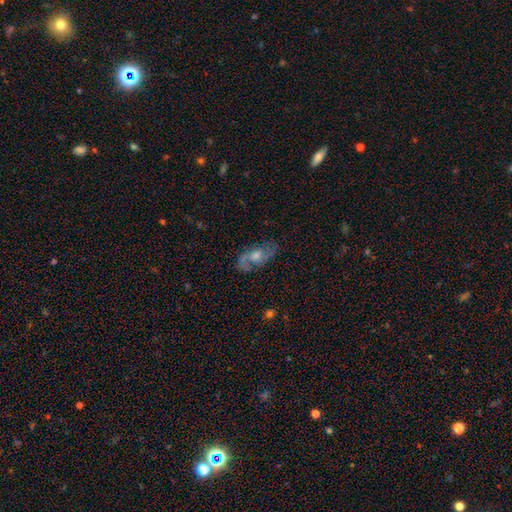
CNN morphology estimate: Q: Smooth or featured?
A: featured or disk (75%); runner-up: smooth (16%)
Q: Edge-on disk?
A: no (91%); runner-up: yes (9%)
Q: Bar?
A: no (64%); runner-up: weak (30%)
Q: Spiral arms?
A: yes (89%); runner-up: no (11%)
Q: Spiral winding?
A: medium (46%); runner-up: loose (34%)
Q: Spiral arm count?
A: 2 (80%); runner-up: can't tell (10%)
Q: Bulge size?
A: moderate (65%); runner-up: small (19%)
Q: Merging?
A: none (76%); runner-up: minor disturbance (16%)